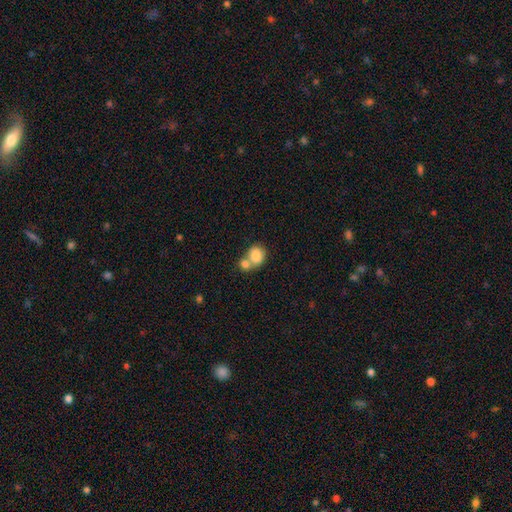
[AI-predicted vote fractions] A smooth galaxy with no disk features (82%) that is round (61%).

Vote fractions:
- Smooth or featured? smooth: 82% / featured or disk: 10% / star or artifact: 8%
- How rounded? round: 61% / in between: 38% / cigar-shaped: 1%
- Merging? merger: 59% / none: 30% / minor disturbance: 8% / major disturbance: 4%